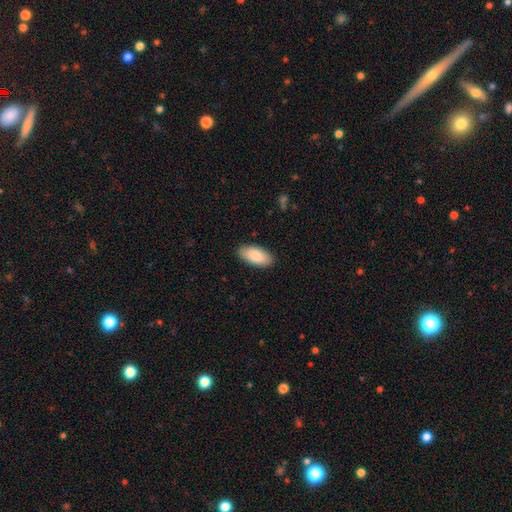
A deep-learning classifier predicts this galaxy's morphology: Smooth or featured: smooth — 86% (featured or disk — 9%)
How rounded: in between — 93% (cigar-shaped — 5%)
Merging: none — 89% (minor disturbance — 8%)